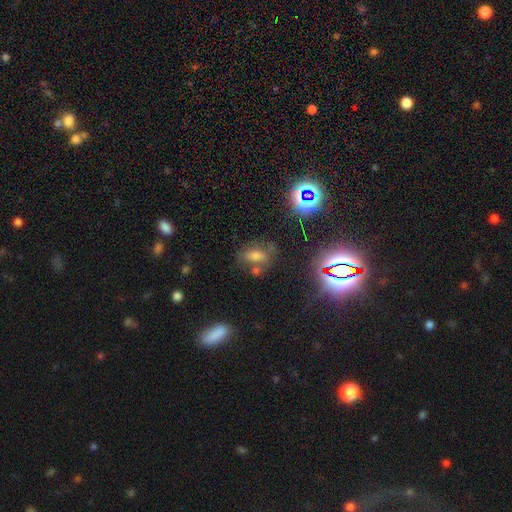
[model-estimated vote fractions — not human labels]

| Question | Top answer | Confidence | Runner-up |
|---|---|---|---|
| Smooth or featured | smooth | 45% | star or artifact (37%) |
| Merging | none | 62% | minor disturbance (18%) |